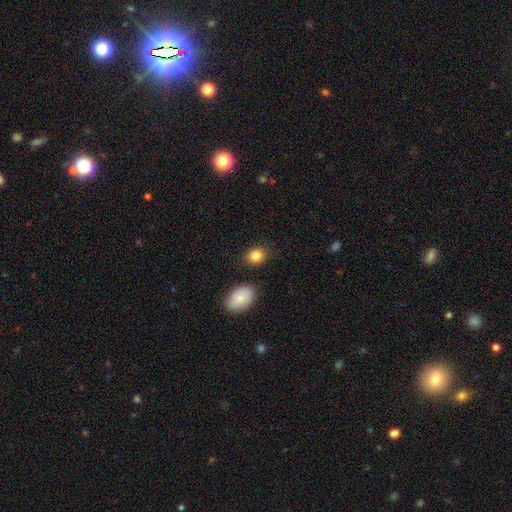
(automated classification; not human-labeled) Smooth or featured? Predicted: smooth (p=0.84). How rounded? Predicted: in between (p=0.50). Merging? Predicted: none (p=0.84).